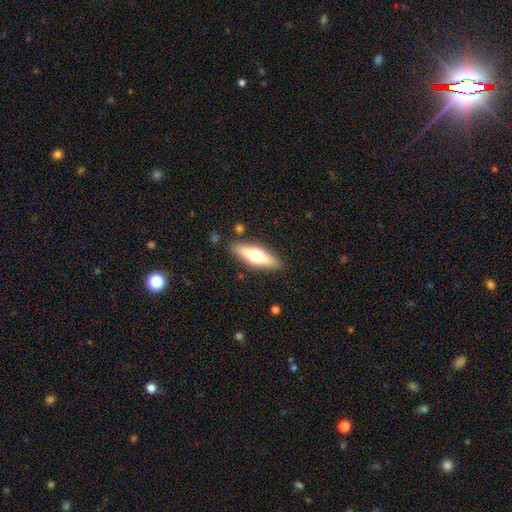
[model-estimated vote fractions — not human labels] Morphology: type=featured or disk (48%); merging=none (87%).